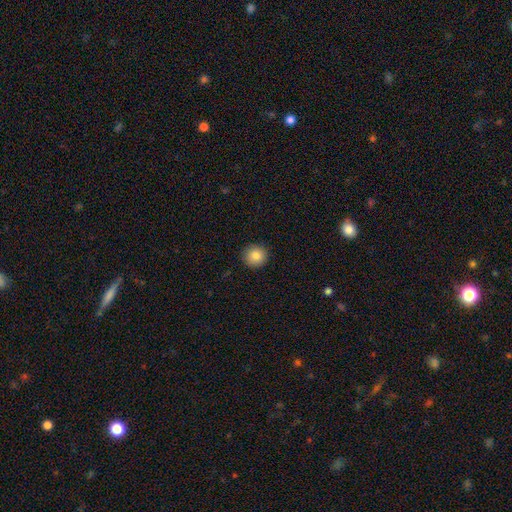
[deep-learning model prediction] smooth 84%, star or artifact 10%, featured or disk 7%. Down the decision tree: how rounded — round (93%); merging — none (92%).